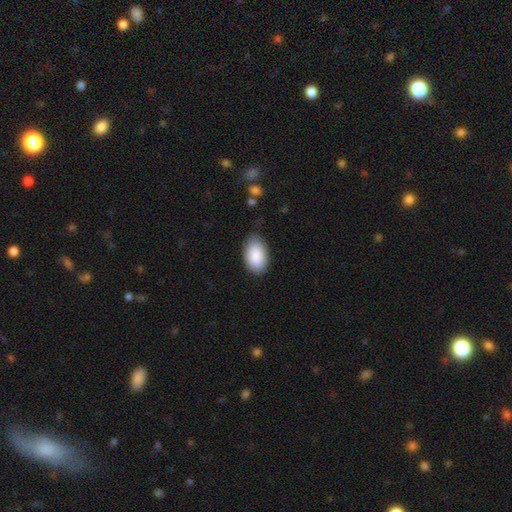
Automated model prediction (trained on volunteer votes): The model was most divided on "merging": none: 82%, minor disturbance: 14%, major disturbance: 3%, merger: 1%. More confident: how rounded — in between (94%); smooth or featured — smooth (89%).